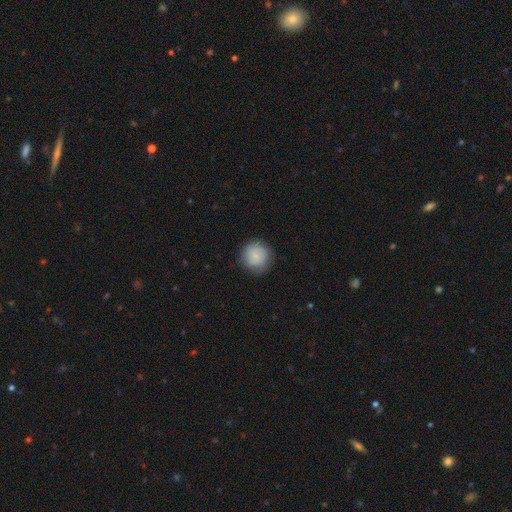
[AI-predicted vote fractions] Overall: smooth (77%). How rounded: round (93%). Merging: none (83%).